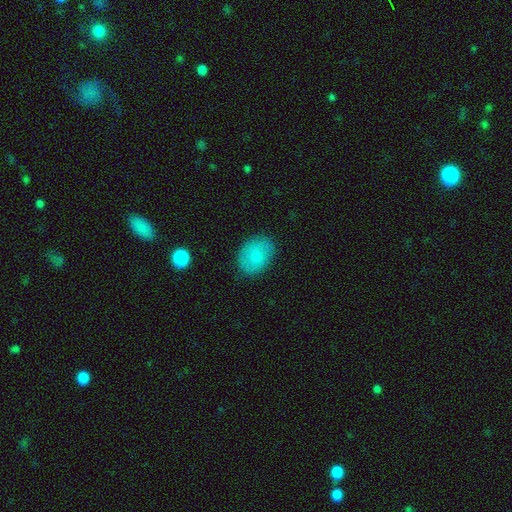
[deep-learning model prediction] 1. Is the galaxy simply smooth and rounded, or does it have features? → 76% smooth, 16% featured or disk, 8% star or artifact.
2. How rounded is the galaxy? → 65% in between, 34% round, 1% cigar-shaped.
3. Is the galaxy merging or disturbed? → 82% none, 13% minor disturbance, 3% major disturbance, 1% merger.